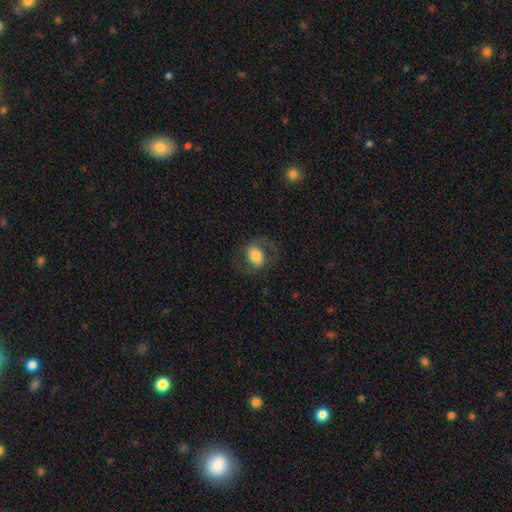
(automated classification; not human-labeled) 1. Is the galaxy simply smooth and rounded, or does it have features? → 47% featured or disk, 45% smooth, 8% star or artifact.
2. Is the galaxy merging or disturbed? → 68% none, 15% minor disturbance, 15% major disturbance, 1% merger.